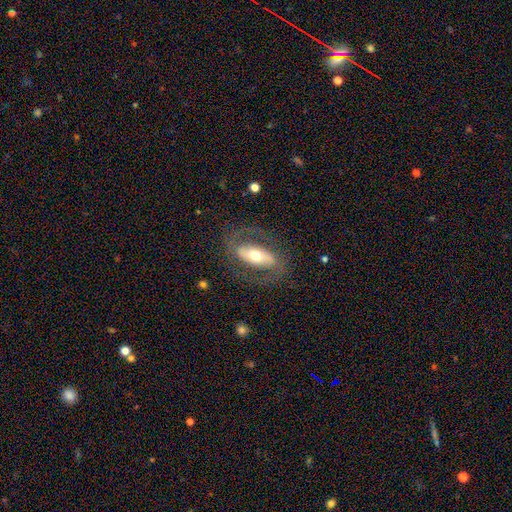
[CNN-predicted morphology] This is likely a featured or disk galaxy (73%). It is clearly not viewed edge-on (89%). Bar: possibly strong (50%). Spiral arm pattern: likely yes (69%). Central bulge: likely moderate (65%). Merging: likely none (76%).